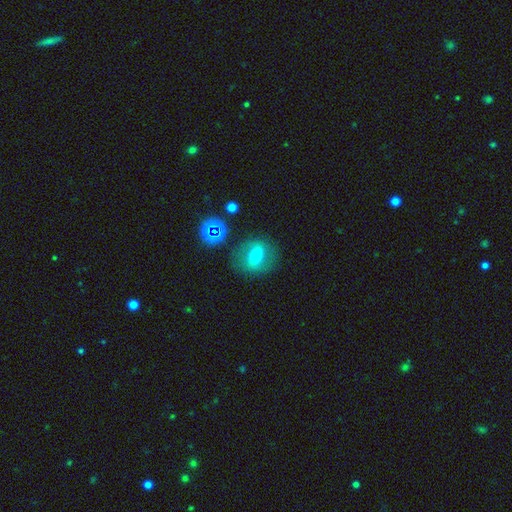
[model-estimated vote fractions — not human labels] A smooth galaxy with no disk features (50%) that is in between round and cigar-shaped (50%). Merging: none (78%).